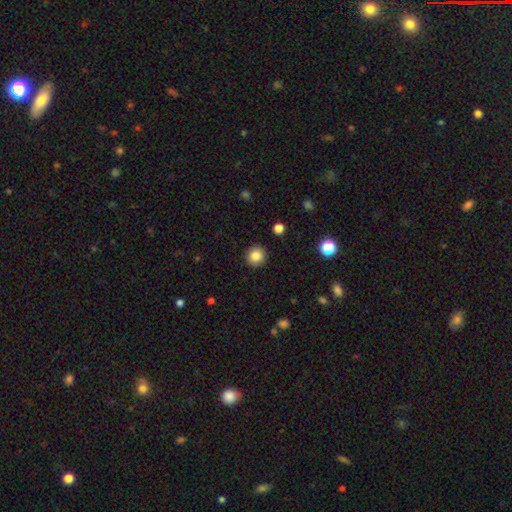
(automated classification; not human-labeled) Overall: smooth (85%). How rounded: round (93%). Merging: none (92%).